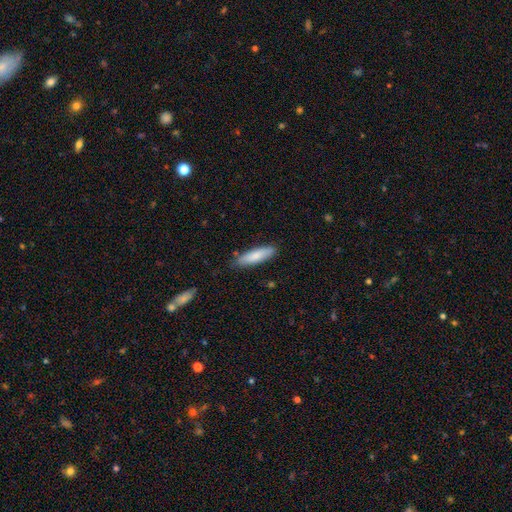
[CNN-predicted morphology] This appears to be a smooth galaxy with no disk features (80%) that is cigar-shaped (68%). Merging: none (83%).